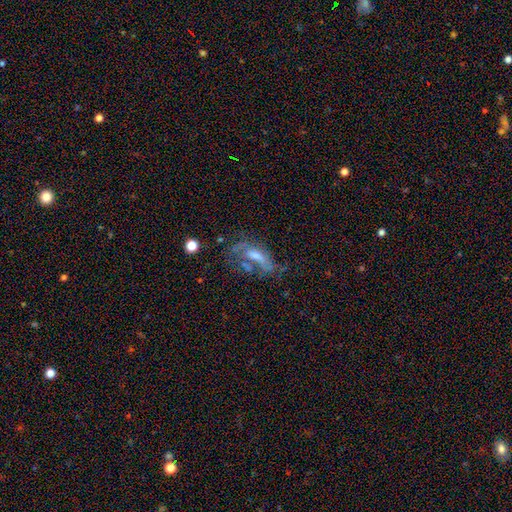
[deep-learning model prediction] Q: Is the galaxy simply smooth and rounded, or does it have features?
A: featured or disk — 54%.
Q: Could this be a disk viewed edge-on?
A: no — 79%.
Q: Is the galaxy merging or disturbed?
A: none — 36%.